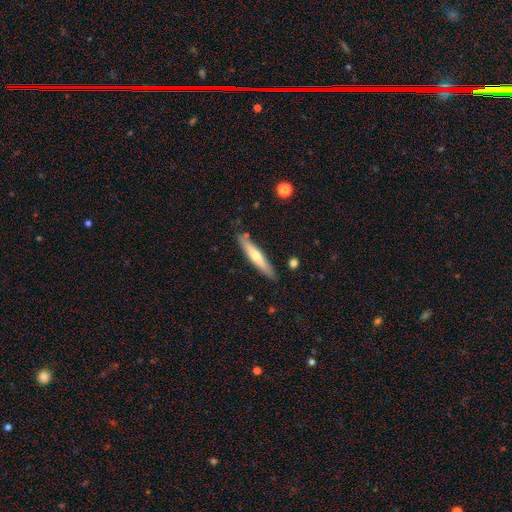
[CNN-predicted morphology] A smooth galaxy with no disk features (50%).

Vote fractions:
- Smooth or featured? smooth: 50% / featured or disk: 45% / star or artifact: 5%
- Merging? none: 86% / minor disturbance: 10% / merger: 2% / major disturbance: 2%